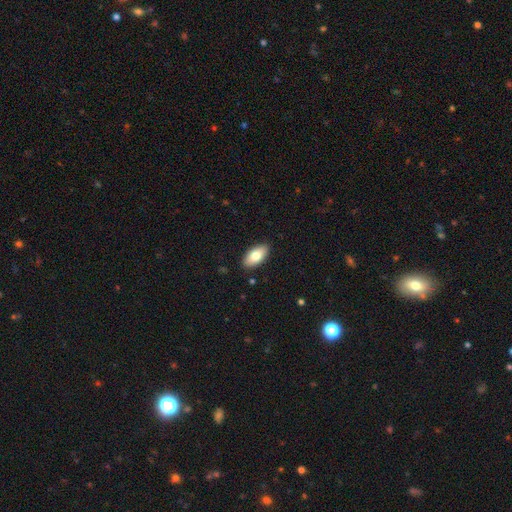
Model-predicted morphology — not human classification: A smooth galaxy with no disk features (80%) that is in between round and cigar-shaped (93%).

Vote fractions:
- Smooth or featured? smooth: 80% / featured or disk: 14% / star or artifact: 6%
- How rounded? in between: 93% / cigar-shaped: 5% / round: 2%
- Merging? none: 89% / minor disturbance: 8% / major disturbance: 2% / merger: 1%